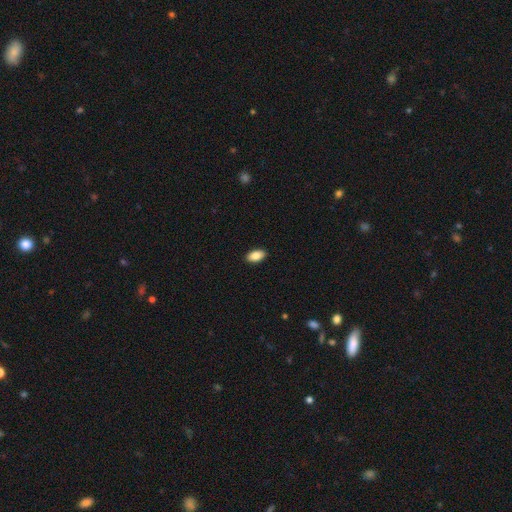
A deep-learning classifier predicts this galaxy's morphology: Smooth or featured? smooth (87%)
How rounded? in between (93%)
Merging? none (91%)